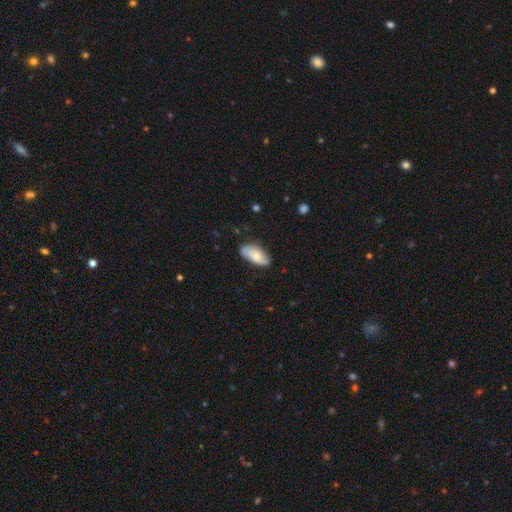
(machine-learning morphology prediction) smooth 52%, featured or disk 42%, star or artifact 7%. Down the decision tree: how rounded — in between (90%); merging — none (73%).